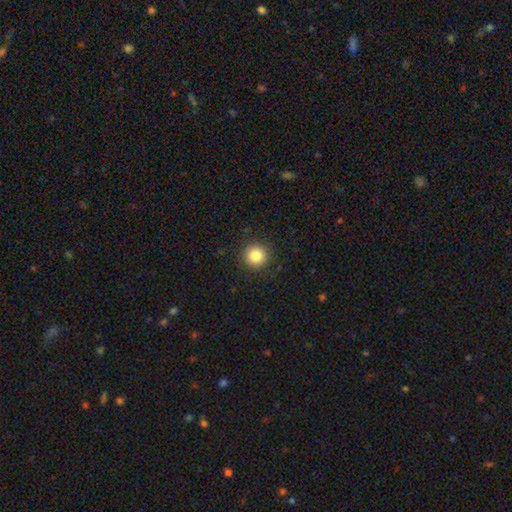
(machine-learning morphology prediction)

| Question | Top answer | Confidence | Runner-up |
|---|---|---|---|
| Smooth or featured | smooth | 84% | star or artifact (10%) |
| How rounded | round | 95% | in between (4%) |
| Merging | none | 91% | minor disturbance (6%) |